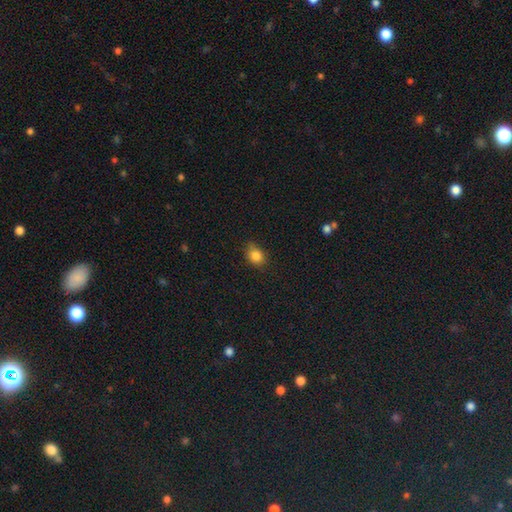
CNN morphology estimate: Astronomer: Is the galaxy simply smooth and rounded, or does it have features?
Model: smooth — 84%.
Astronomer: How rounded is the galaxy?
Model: round — 54% (runner-up: in between, 44%).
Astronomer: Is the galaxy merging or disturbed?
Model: none — 71%.